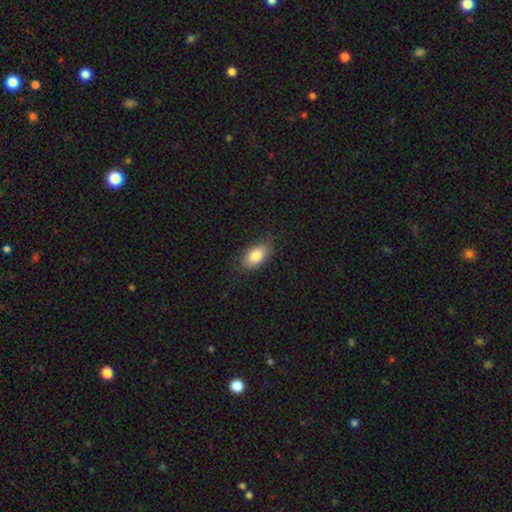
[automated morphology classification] smooth-or-featured: smooth: 84% | featured or disk: 9% | star or artifact: 7%
  how-rounded: in between: 92% | round: 5% | cigar-shaped: 3%
  merging: none: 80% | minor disturbance: 15% | major disturbance: 4% | merger: 1%